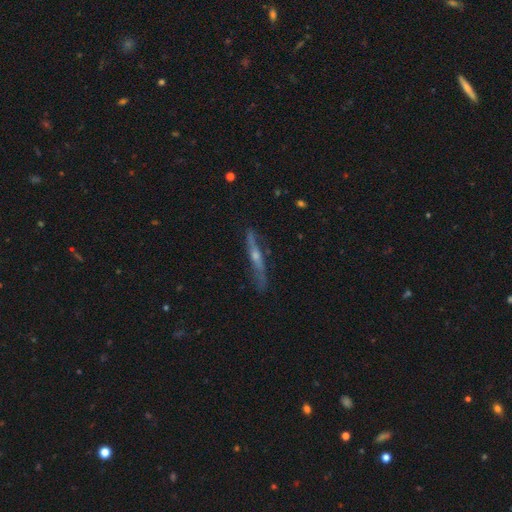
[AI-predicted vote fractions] This is likely a featured or disk galaxy (71%). It is clearly viewed edge-on (89%). Edge-on bulge: clearly rounded (81%). Merging: likely none (78%).